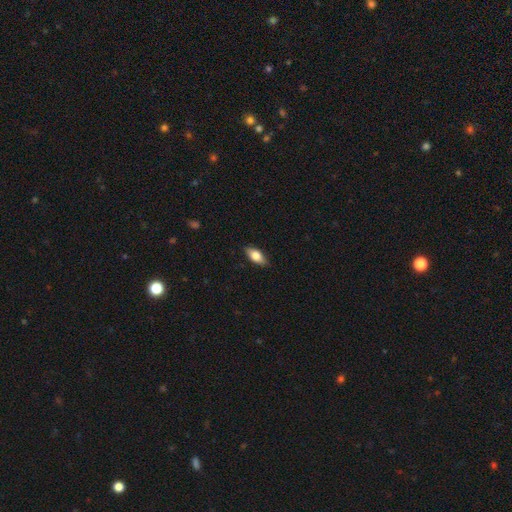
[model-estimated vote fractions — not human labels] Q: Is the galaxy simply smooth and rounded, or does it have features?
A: smooth — 72%.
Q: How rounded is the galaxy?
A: in between — 83%.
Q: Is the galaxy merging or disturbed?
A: none — 86%.